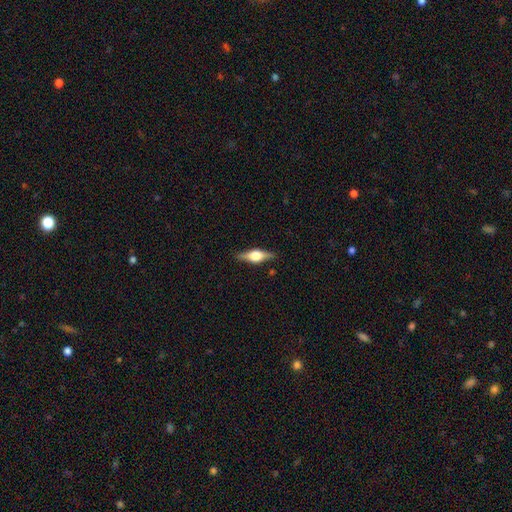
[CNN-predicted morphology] The model was most divided on "smooth or featured": featured or disk: 65%, smooth: 29%, star or artifact: 6%. More confident: edge-on disk — yes (96%); edge-on bulge — rounded (92%); merging — none (87%).